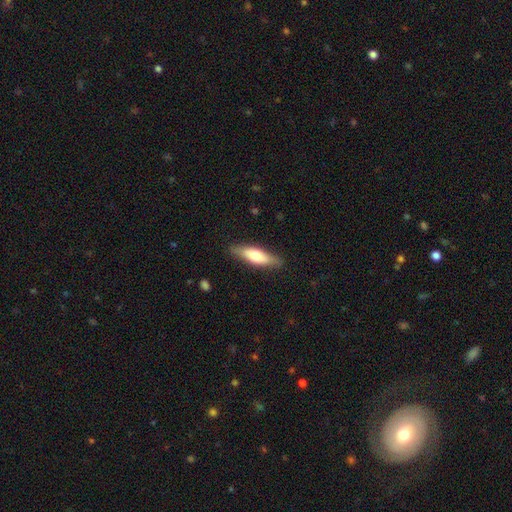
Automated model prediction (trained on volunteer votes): This appears to be a smooth galaxy with no disk features (60%) that is cigar-shaped (58%). Merging: none (84%).